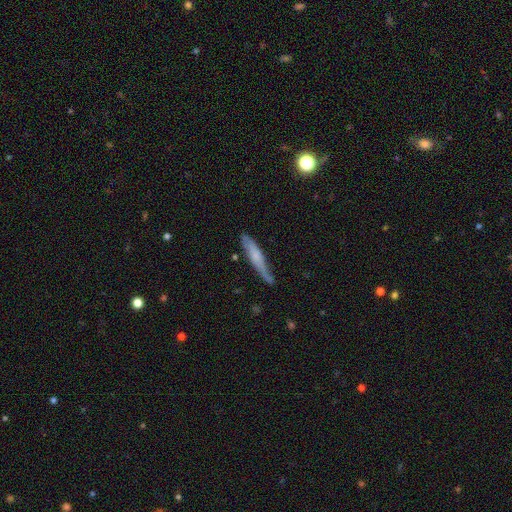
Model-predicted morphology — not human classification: A smooth galaxy with no disk features (50%) that is cigar-shaped (90%).

Vote fractions:
- Smooth or featured? smooth: 50% / featured or disk: 43% / star or artifact: 7%
- How rounded? cigar-shaped: 90% / in between: 9% / round: 2%
- Merging? none: 64% / minor disturbance: 27% / major disturbance: 6% / merger: 3%